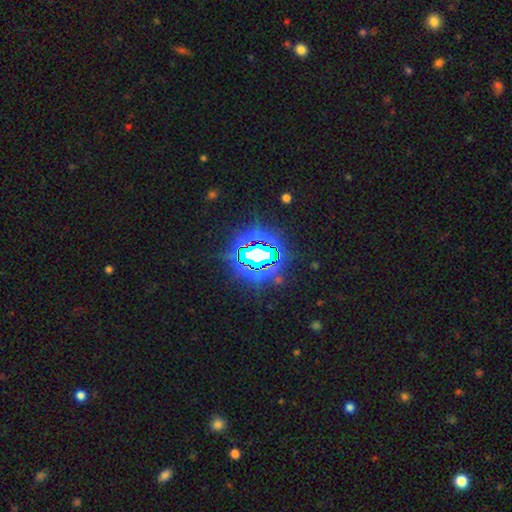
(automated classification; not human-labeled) smooth-or-featured: star or artifact: 78% | smooth: 11% | featured or disk: 11%